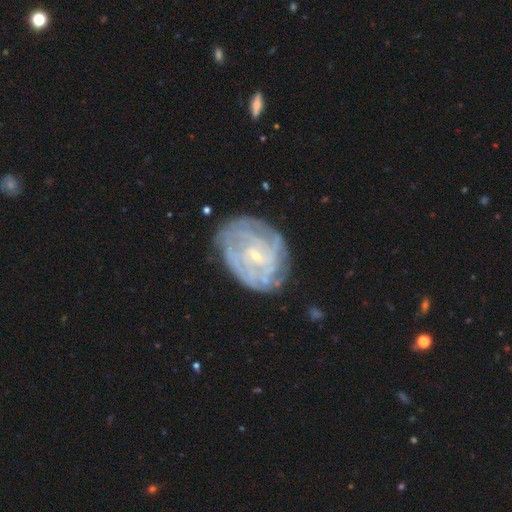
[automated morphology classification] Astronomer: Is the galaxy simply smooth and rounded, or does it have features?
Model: featured or disk — 80%.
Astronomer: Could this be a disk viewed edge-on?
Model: no — 97%.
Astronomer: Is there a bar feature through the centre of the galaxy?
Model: no — 50% (runner-up: weak, 40%).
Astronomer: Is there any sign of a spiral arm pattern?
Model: yes — 88%.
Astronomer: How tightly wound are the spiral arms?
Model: tight — 68%.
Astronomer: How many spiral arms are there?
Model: can't tell — 45%.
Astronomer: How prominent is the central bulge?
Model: small — 83%.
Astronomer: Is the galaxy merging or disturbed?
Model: none — 72%.